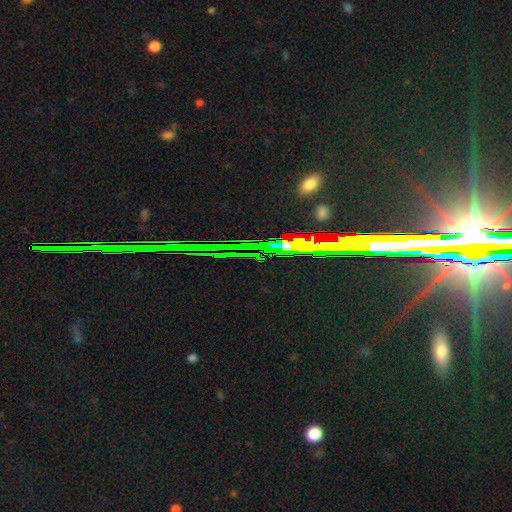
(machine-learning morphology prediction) Overall: star or artifact (77%).